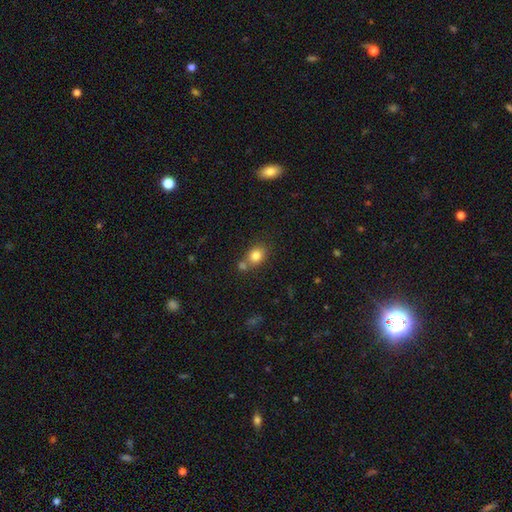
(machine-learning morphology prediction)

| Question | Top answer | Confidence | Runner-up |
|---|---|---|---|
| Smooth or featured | smooth | 81% | star or artifact (10%) |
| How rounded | round | 52% | in between (47%) |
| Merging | none | 56% | merger (29%) |